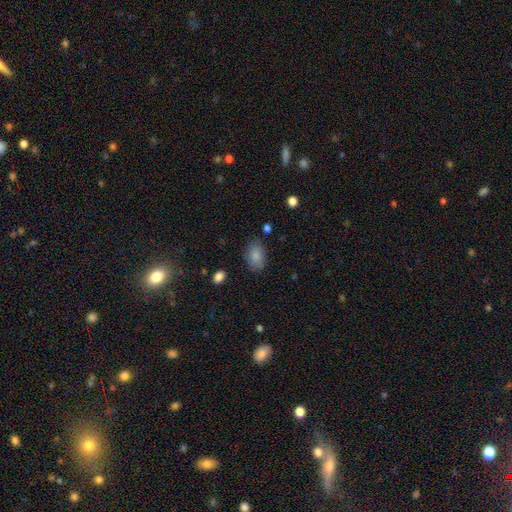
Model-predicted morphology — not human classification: type=smooth (86%); roundness=in between (86%); merging=none (80%).